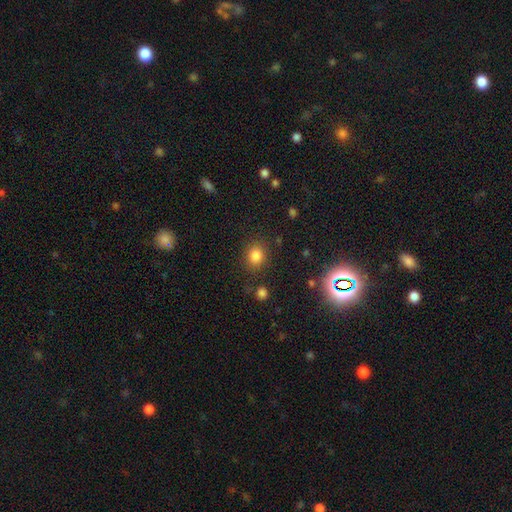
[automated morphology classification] A smooth galaxy with no disk features (82%) that is round (71%).

Vote fractions:
- Smooth or featured? smooth: 82% / star or artifact: 13% / featured or disk: 5%
- How rounded? round: 71% / in between: 28% / cigar-shaped: 1%
- Merging? none: 83% / minor disturbance: 10% / major disturbance: 4% / merger: 3%